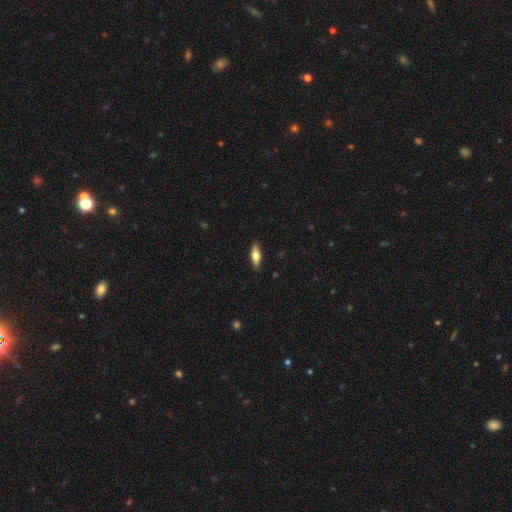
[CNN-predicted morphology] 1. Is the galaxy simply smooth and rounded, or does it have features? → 59% smooth, 35% featured or disk, 6% star or artifact.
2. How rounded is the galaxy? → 52% in between, 46% cigar-shaped, 3% round.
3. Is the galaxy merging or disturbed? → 87% none, 10% minor disturbance, 2% major disturbance, 1% merger.